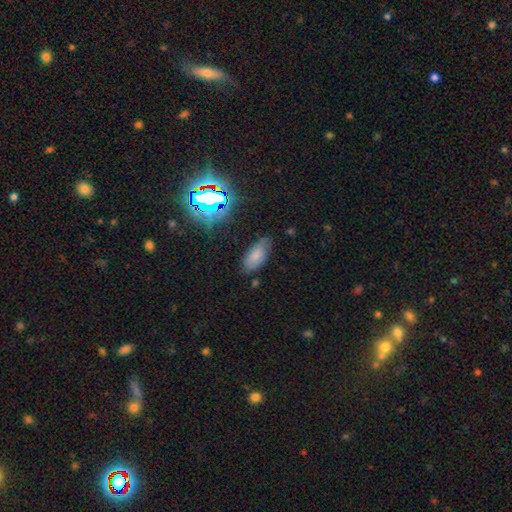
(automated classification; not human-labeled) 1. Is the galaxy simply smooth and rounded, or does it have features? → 72% smooth, 14% star or artifact, 14% featured or disk.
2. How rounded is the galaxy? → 88% in between, 9% cigar-shaped, 3% round.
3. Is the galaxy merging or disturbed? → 68% none, 24% minor disturbance, 6% major disturbance, 2% merger.